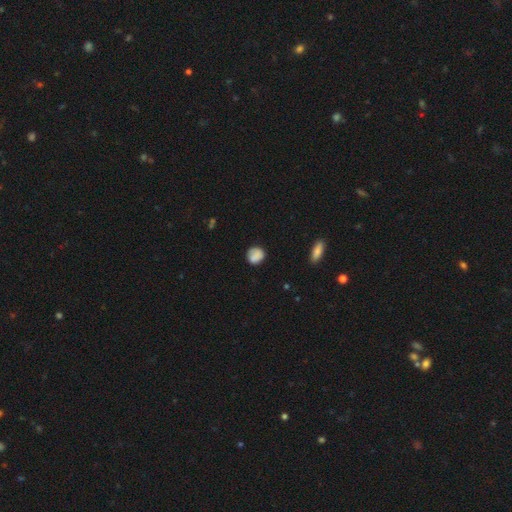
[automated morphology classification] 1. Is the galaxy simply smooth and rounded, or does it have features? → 83% smooth, 9% featured or disk, 8% star or artifact.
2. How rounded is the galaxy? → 80% round, 19% in between, 1% cigar-shaped.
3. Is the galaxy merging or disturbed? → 75% none, 19% minor disturbance, 4% major disturbance, 2% merger.